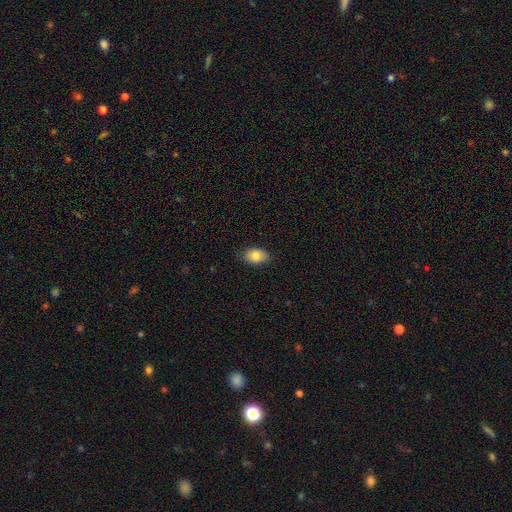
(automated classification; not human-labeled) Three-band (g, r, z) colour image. It shows a smooth galaxy with no disk features (81%) that is in between round and cigar-shaped (84%). Merging: none (83%).